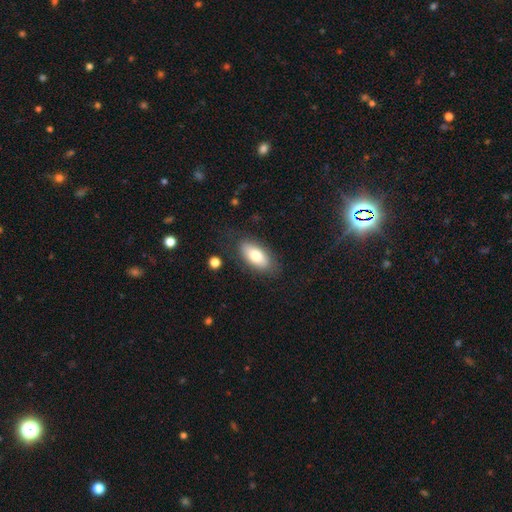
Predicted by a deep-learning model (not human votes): Smooth or featured? smooth (76%)
How rounded? in between (90%)
Merging? none (80%)